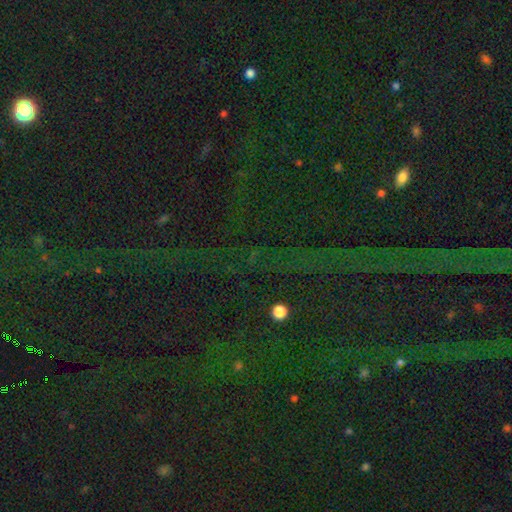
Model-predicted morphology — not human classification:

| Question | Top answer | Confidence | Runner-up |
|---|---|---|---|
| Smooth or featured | star or artifact | 84% | smooth (9%) |